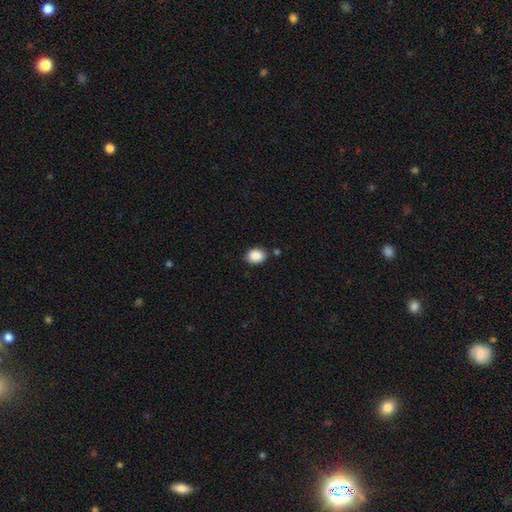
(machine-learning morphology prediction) This is clearly a smooth galaxy (88%). How rounded: likely in between (63%). Merging: clearly none (83%).